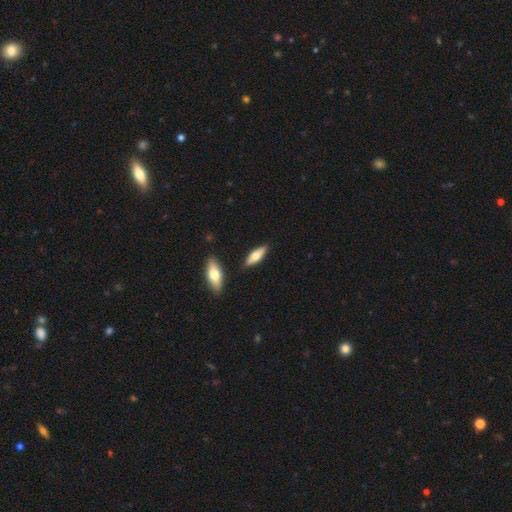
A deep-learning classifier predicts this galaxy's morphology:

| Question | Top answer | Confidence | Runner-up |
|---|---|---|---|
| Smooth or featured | smooth | 61% | featured or disk (33%) |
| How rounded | in between | 54% | cigar-shaped (44%) |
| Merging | none | 84% | minor disturbance (10%) |